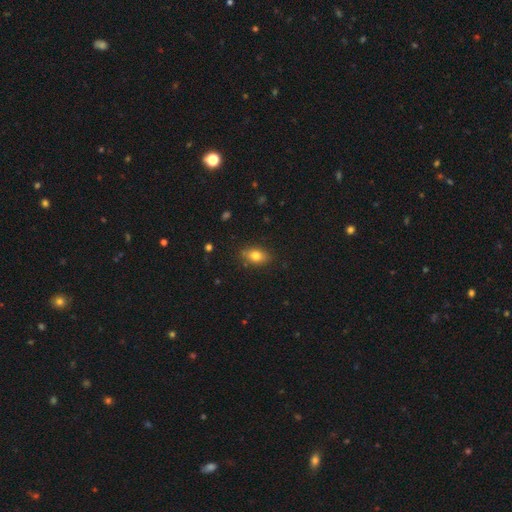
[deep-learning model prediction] Q: Smooth or featured?
A: smooth (79%); runner-up: featured or disk (11%)
Q: How rounded?
A: in between (80%); runner-up: round (16%)
Q: Merging?
A: none (83%); runner-up: minor disturbance (13%)